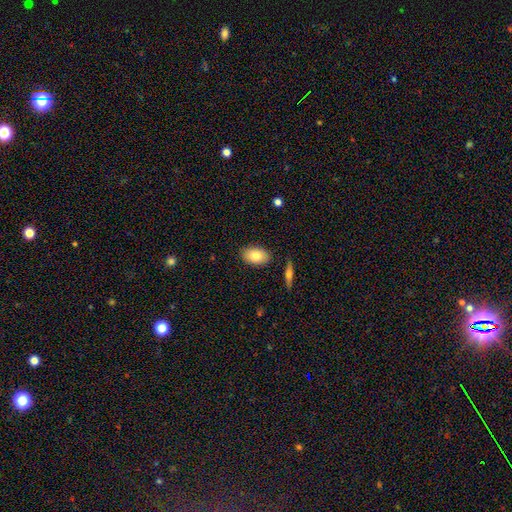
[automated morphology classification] The model was most divided on "smooth or featured": smooth: 81%, featured or disk: 12%, star or artifact: 7%. More confident: how rounded — in between (90%); merging — none (86%).